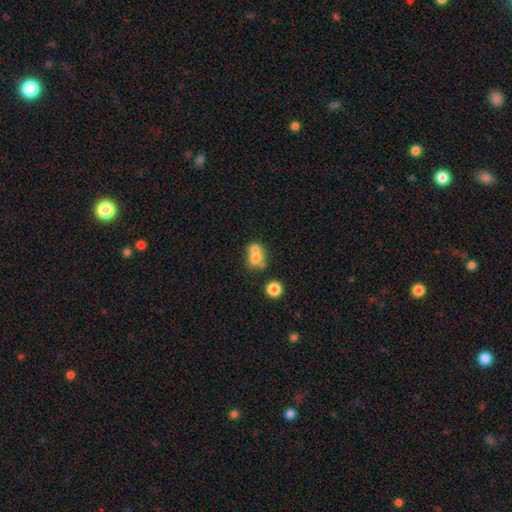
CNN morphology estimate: A smooth galaxy with no disk features (68%) that is round (64%).

Vote fractions:
- Smooth or featured? smooth: 68% / featured or disk: 20% / star or artifact: 12%
- How rounded? round: 64% / in between: 35% / cigar-shaped: 1%
- Merging? merger: 62% / none: 27% / minor disturbance: 7% / major disturbance: 4%